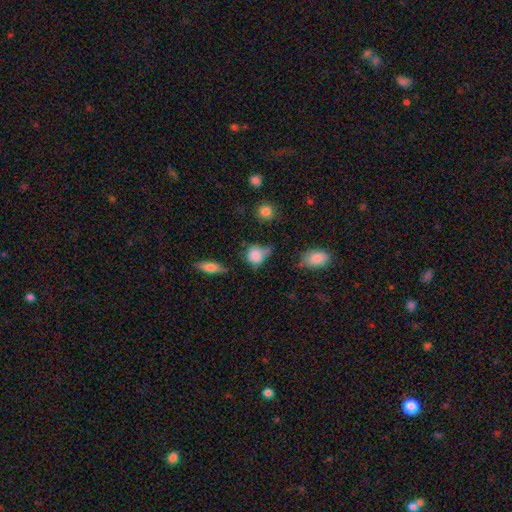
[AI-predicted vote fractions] This appears to be a smooth galaxy with no disk features (78%) that is round (66%). Merging: none (43%).